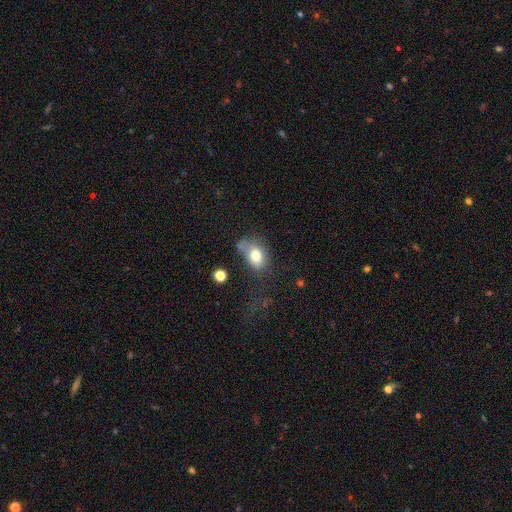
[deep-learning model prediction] Smooth or featured: smooth — 75% (featured or disk — 15%)
How rounded: in between — 76% (round — 23%)
Merging: none — 42% (minor disturbance — 28%)